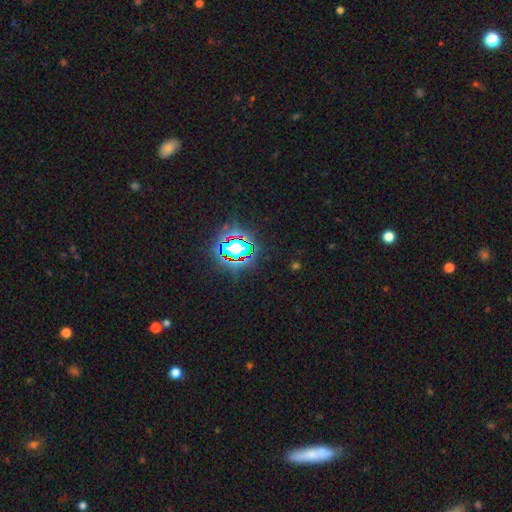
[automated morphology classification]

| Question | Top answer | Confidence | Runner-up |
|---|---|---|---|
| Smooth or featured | star or artifact | 81% | smooth (12%) |